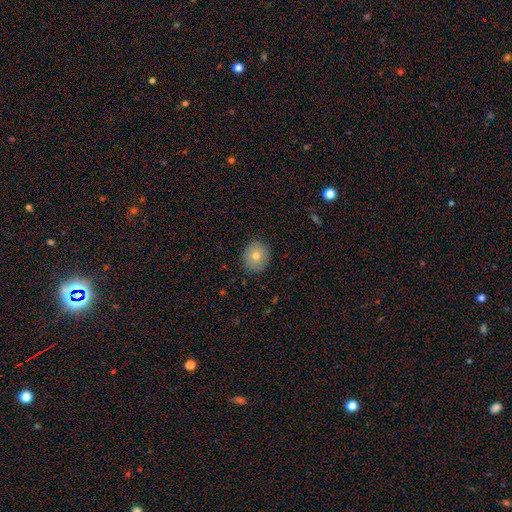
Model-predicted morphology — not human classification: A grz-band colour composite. It shows a smooth galaxy with no disk features (74%) that is round (81%). Merging: none (88%).